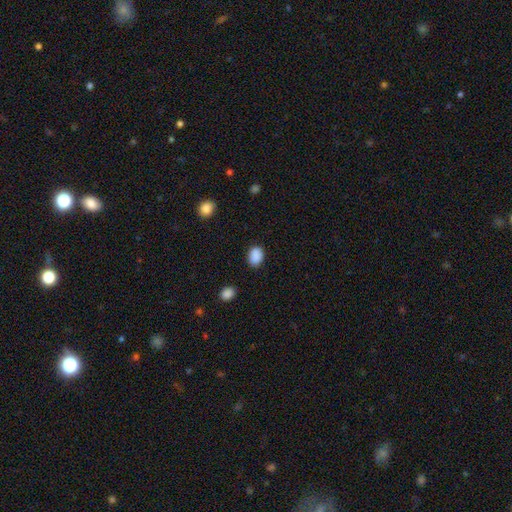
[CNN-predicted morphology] Q: Smooth or featured?
A: smooth (88%); runner-up: star or artifact (8%)
Q: How rounded?
A: in between (66%); runner-up: round (33%)
Q: Merging?
A: none (82%); runner-up: minor disturbance (12%)